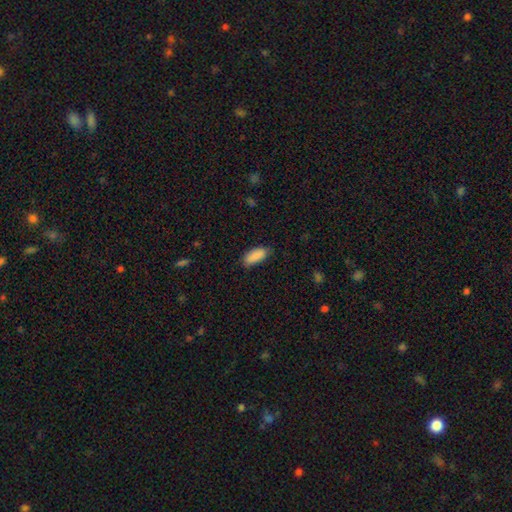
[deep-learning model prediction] smooth 88%, star or artifact 7%, featured or disk 5%. Down the decision tree: how rounded — in between (84%); merging — none (74%).